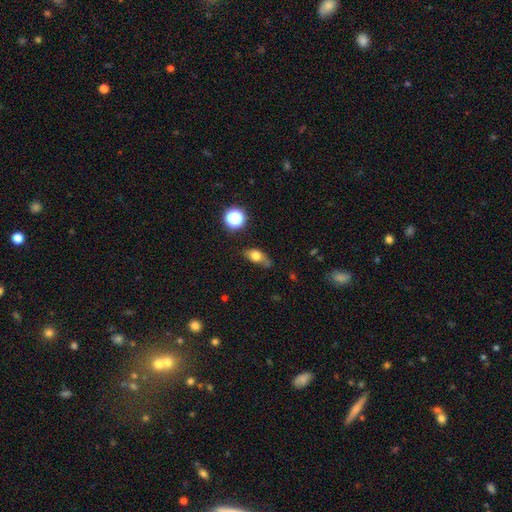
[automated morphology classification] smooth_or_featured: smooth (p=0.71) [alt: featured or disk p=0.18]
how_rounded: in between (p=0.71) [alt: round p=0.20]
merging: none (p=0.52) [alt: minor disturbance p=0.32]